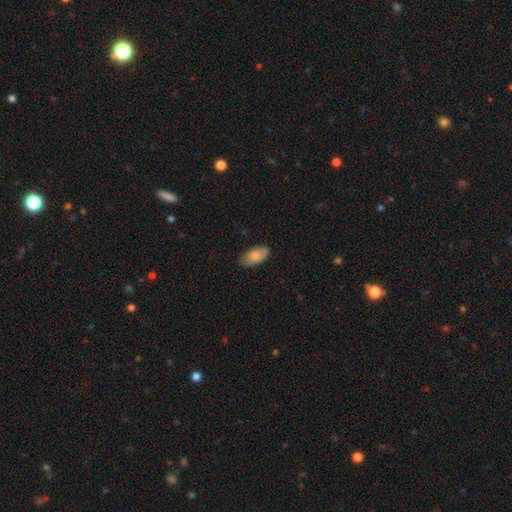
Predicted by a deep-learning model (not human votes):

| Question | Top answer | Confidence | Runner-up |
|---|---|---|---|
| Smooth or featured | smooth | 84% | featured or disk (10%) |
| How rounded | in between | 94% | cigar-shaped (4%) |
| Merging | none | 81% | minor disturbance (16%) |